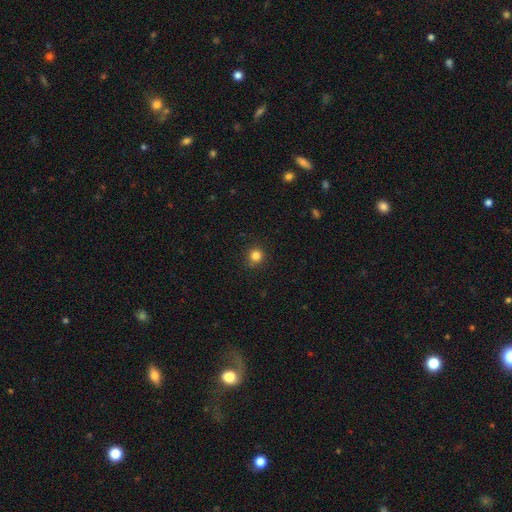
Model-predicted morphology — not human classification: Q: Smooth or featured?
A: smooth (83%); runner-up: star or artifact (13%)
Q: How rounded?
A: round (94%); runner-up: in between (5%)
Q: Merging?
A: none (89%); runner-up: minor disturbance (8%)